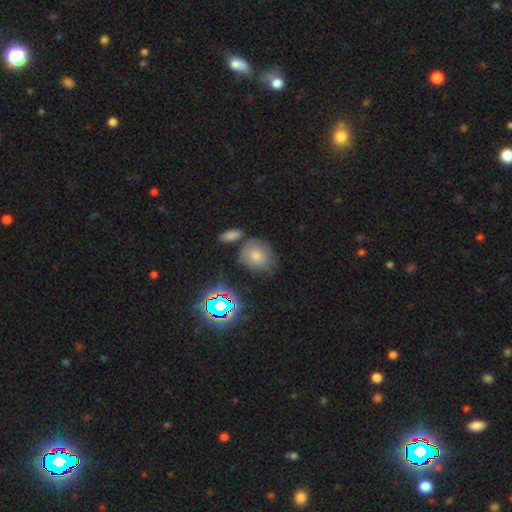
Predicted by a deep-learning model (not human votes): Smooth or featured?
  - smooth: 58% *
  - star or artifact: 28%
  - featured or disk: 14%
How rounded?
  - round: 57% *
  - in between: 41%
  - cigar-shaped: 1%
Merging?
  - none: 68% *
  - minor disturbance: 15%
  - merger: 12%
  - major disturbance: 5%